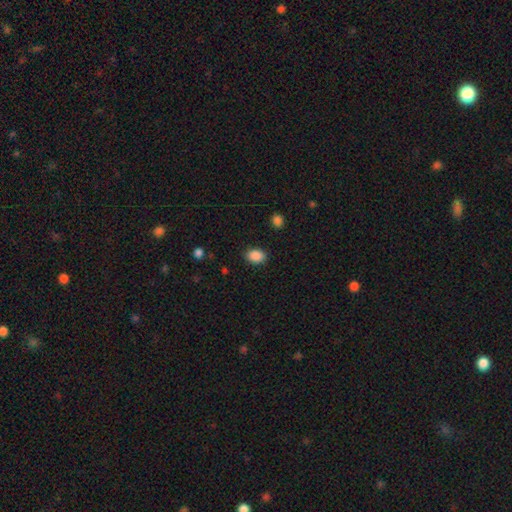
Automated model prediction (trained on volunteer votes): Morphology: type=smooth (89%); roundness=in between (69%); merging=none (87%).